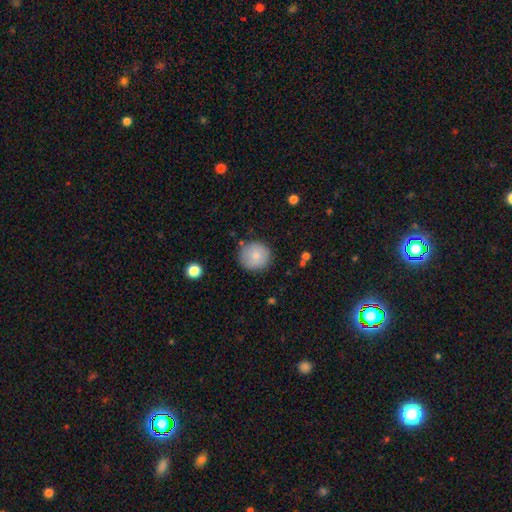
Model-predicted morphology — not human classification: smooth-or-featured: smooth: 81% | featured or disk: 12% | star or artifact: 7%
  how-rounded: round: 93% | in between: 6% | cigar-shaped: 1%
  merging: none: 85% | minor disturbance: 11% | major disturbance: 3% | merger: 2%